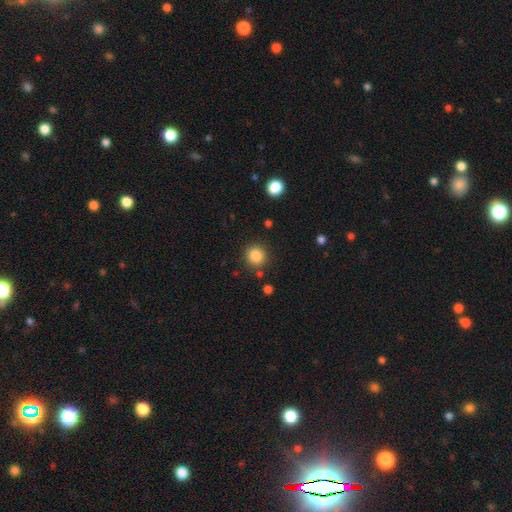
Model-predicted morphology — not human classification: A smooth galaxy with no disk features (85%) that is round (92%).

Vote fractions:
- Smooth or featured? smooth: 85% / star or artifact: 11% / featured or disk: 4%
- How rounded? round: 92% / in between: 7% / cigar-shaped: 1%
- Merging? none: 87% / minor disturbance: 7% / merger: 3% / major disturbance: 3%